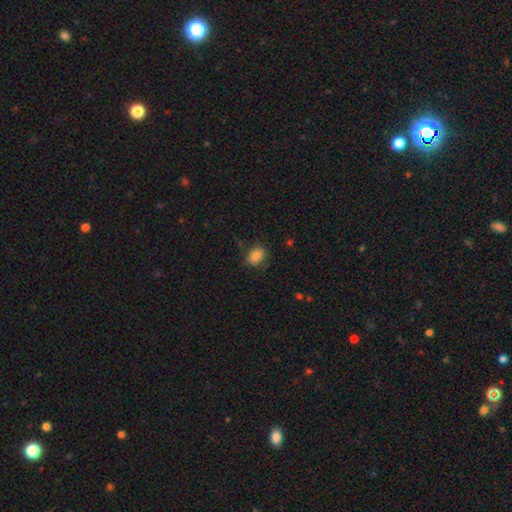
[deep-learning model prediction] smooth-or-featured: smooth: 83% | star or artifact: 10% | featured or disk: 7%
  how-rounded: in between: 66% | round: 33% | cigar-shaped: 1%
  merging: none: 78% | minor disturbance: 16% | major disturbance: 4% | merger: 1%